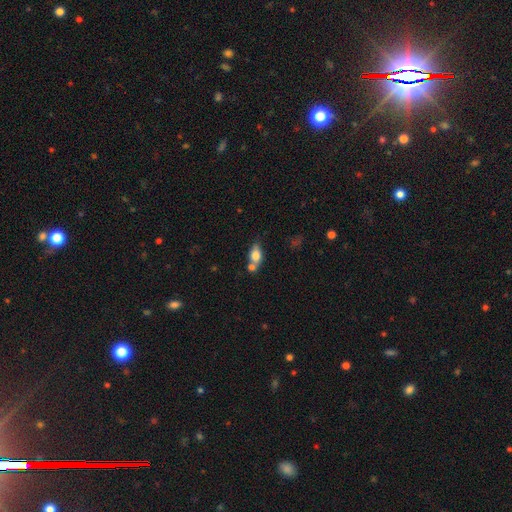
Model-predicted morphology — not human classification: type=smooth (74%); roundness=in between (80%); merging=none (49%).